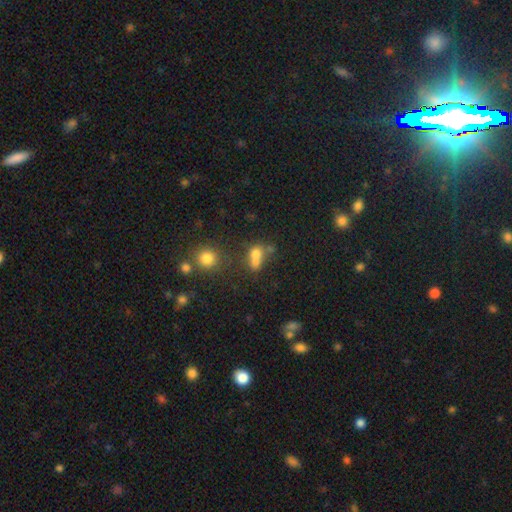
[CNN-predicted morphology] A smooth galaxy with no disk features (68%) that is in between round and cigar-shaped (51%). Merging: merger (46%).